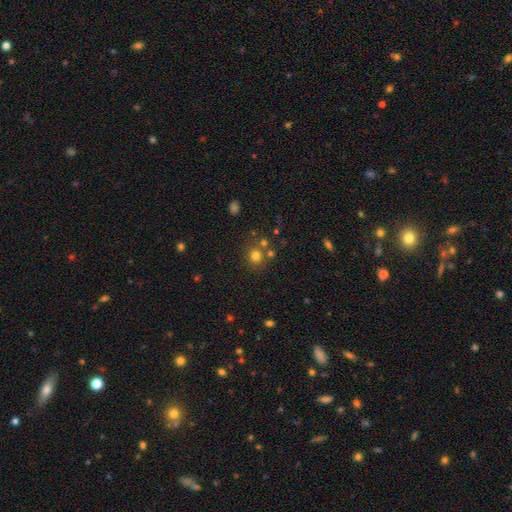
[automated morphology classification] type=smooth (73%); roundness=round (85%); merging=none (71%).